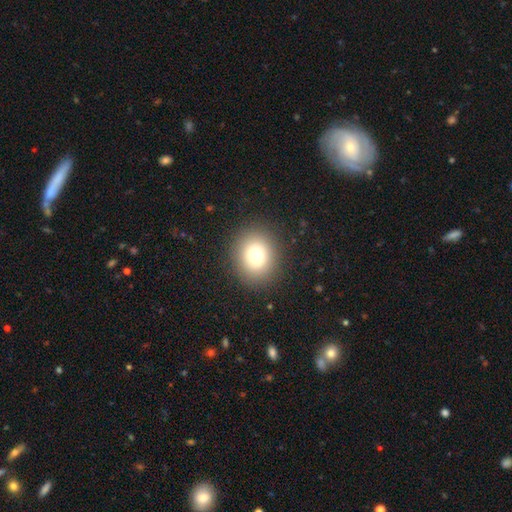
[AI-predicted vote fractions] Overall: smooth (76%). How rounded: round (65%; in between 34%). Merging: none (87%).